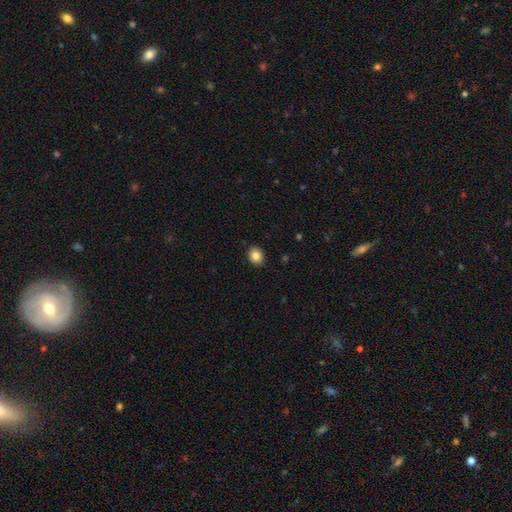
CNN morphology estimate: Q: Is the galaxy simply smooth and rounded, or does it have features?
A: smooth — 84%.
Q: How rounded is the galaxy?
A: round — 57%.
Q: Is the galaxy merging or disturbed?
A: none — 91%.